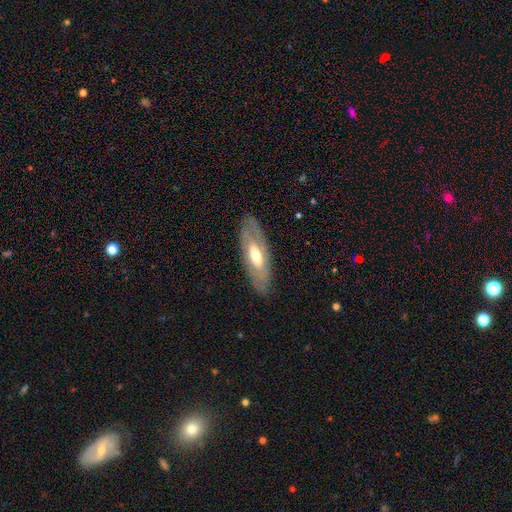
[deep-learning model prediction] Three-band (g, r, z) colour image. It shows a featured or disk galaxy (51%). Merging: none (83%).